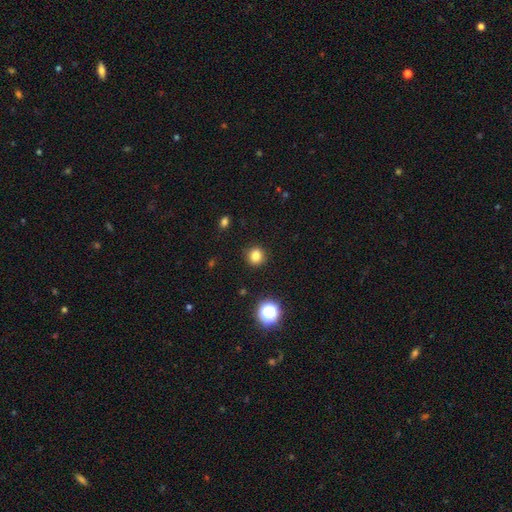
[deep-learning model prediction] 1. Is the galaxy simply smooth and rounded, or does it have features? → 82% smooth, 13% star or artifact, 5% featured or disk.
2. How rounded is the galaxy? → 85% round, 14% in between, 1% cigar-shaped.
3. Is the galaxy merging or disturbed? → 90% none, 6% minor disturbance, 2% major disturbance, 1% merger.